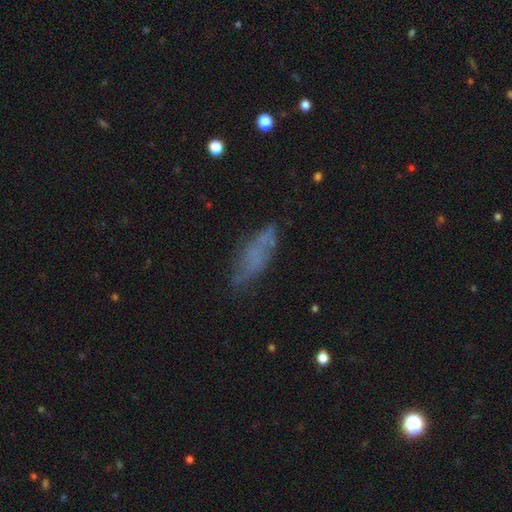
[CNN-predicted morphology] smooth-or-featured: smooth: 52% | featured or disk: 34% | star or artifact: 13%
  how-rounded: in between: 60% | cigar-shaped: 38% | round: 3%
  merging: none: 63% | minor disturbance: 23% | major disturbance: 11% | merger: 3%